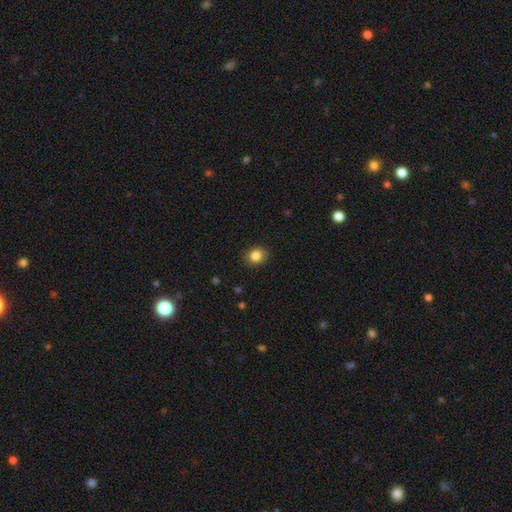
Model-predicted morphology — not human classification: Smooth or featured? smooth (84%)
How rounded? round (65%)
Merging? none (88%)